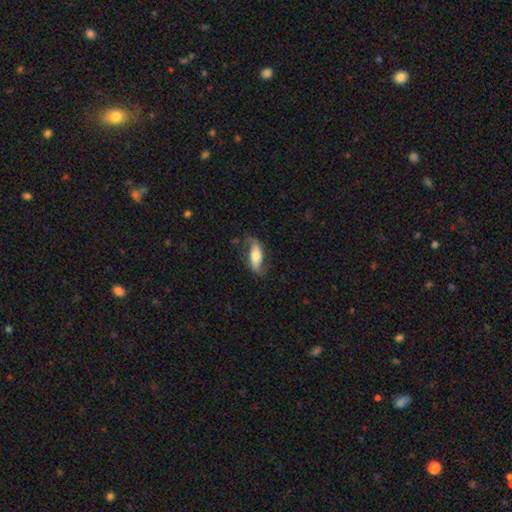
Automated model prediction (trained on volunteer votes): A featured or disk galaxy (63%) with no bar (45%), spiral arms (87%) and a moderate central bulge (58%). Merging: none (67%).